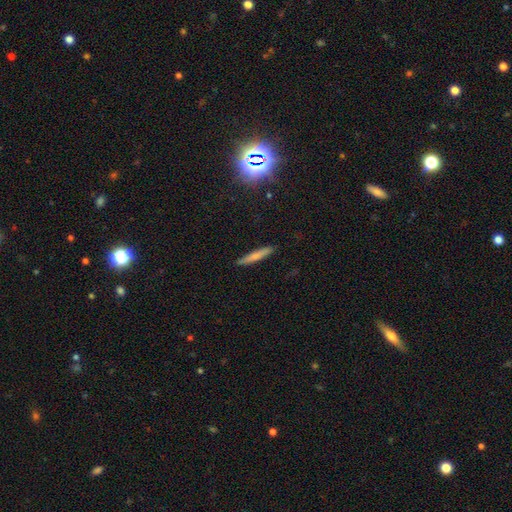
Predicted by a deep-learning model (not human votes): A smooth galaxy with no disk features (73%) that is cigar-shaped (93%). Merging: none (88%).